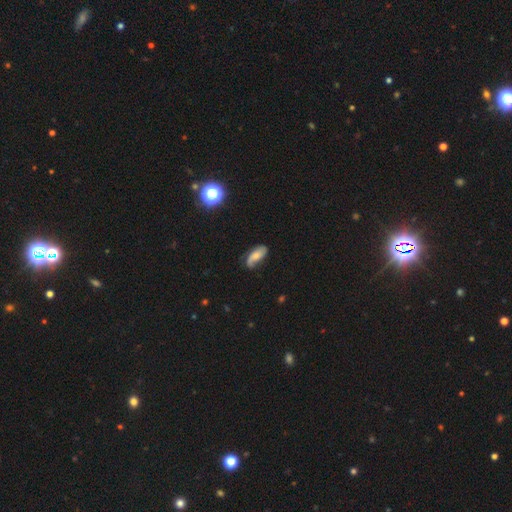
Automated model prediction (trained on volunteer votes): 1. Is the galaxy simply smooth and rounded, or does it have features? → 47% featured or disk, 44% smooth, 9% star or artifact.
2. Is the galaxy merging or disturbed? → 62% none, 27% minor disturbance, 9% major disturbance, 2% merger.